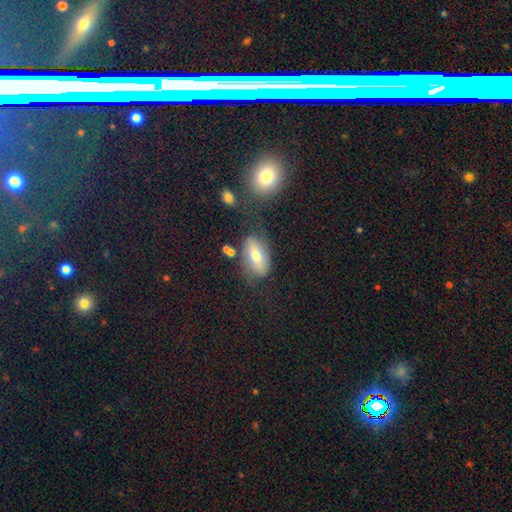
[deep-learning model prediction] smooth_or_featured: smooth (p=0.57) [alt: featured or disk p=0.31]
how_rounded: in between (p=0.86) [alt: round p=0.09]
merging: none (p=0.65) [alt: minor disturbance p=0.18]